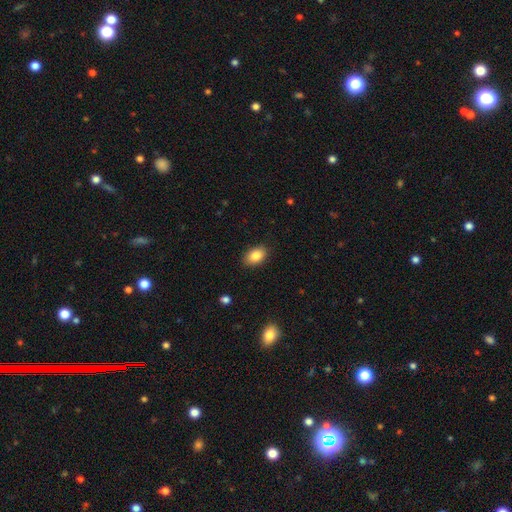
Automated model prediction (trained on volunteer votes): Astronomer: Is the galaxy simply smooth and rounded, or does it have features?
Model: smooth — 86%.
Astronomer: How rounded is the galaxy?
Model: in between — 87%.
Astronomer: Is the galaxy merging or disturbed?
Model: none — 87%.